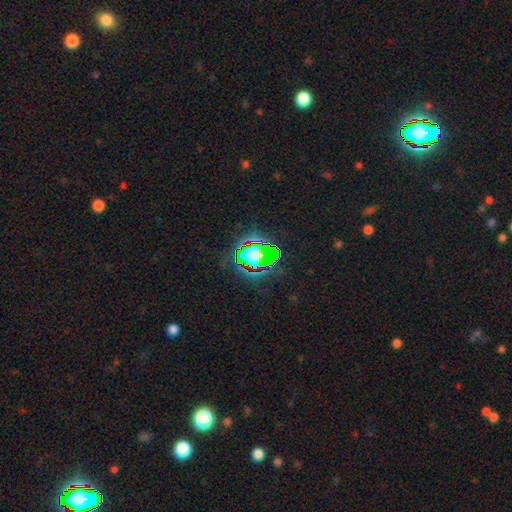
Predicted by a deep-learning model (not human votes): A star or artifact, not a galaxy (81%).

Vote fractions:
- Smooth or featured? star or artifact: 81% / smooth: 11% / featured or disk: 8%